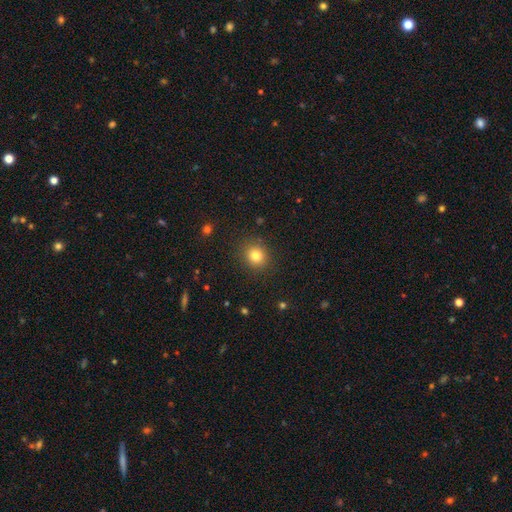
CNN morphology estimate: Overall: smooth (81%). How rounded: round (83%). Merging: none (88%).